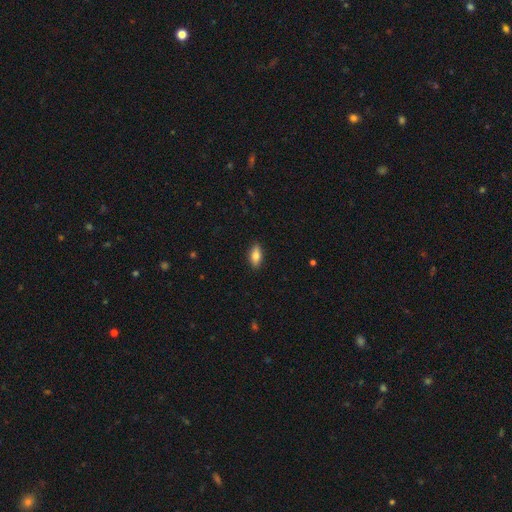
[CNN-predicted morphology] Q: Smooth or featured?
A: smooth (78%); runner-up: featured or disk (15%)
Q: How rounded?
A: in between (84%); runner-up: cigar-shaped (13%)
Q: Merging?
A: none (88%); runner-up: minor disturbance (9%)